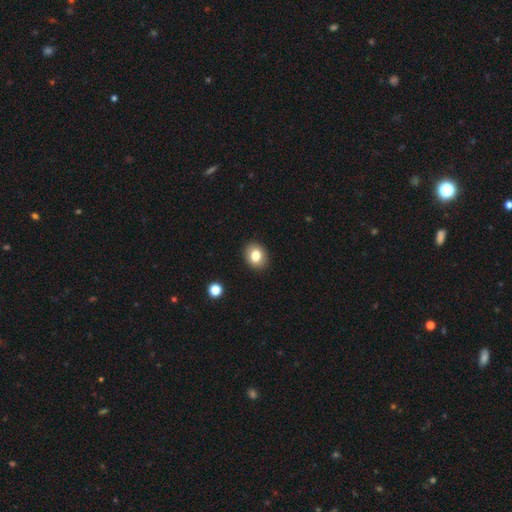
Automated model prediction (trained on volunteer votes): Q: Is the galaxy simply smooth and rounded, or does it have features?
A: smooth — 80%.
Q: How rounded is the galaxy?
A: round — 53%.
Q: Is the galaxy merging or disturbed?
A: none — 90%.